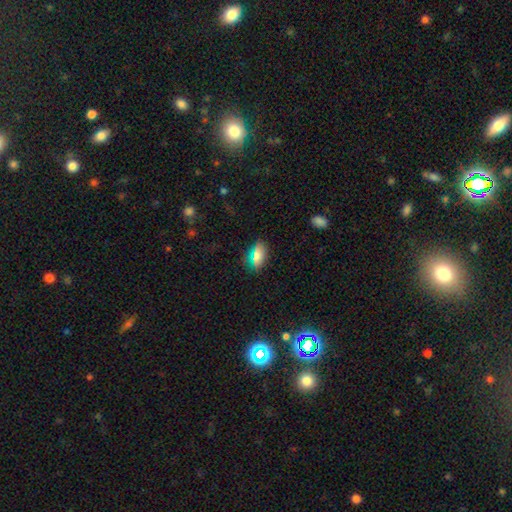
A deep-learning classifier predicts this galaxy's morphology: Smooth or featured?
  - smooth: 73% *
  - star or artifact: 18%
  - featured or disk: 9%
How rounded?
  - in between: 86% *
  - round: 8%
  - cigar-shaped: 6%
Merging?
  - none: 83% *
  - minor disturbance: 12%
  - major disturbance: 3%
  - merger: 2%